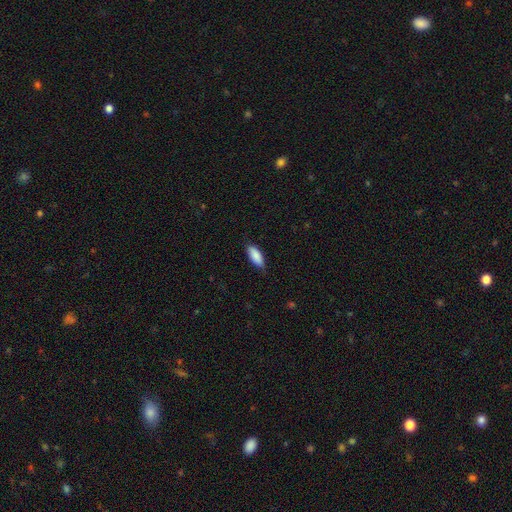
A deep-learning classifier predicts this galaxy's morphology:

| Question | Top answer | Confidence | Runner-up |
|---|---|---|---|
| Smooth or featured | smooth | 87% | featured or disk (7%) |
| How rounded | in between | 77% | cigar-shaped (21%) |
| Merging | none | 81% | minor disturbance (16%) |